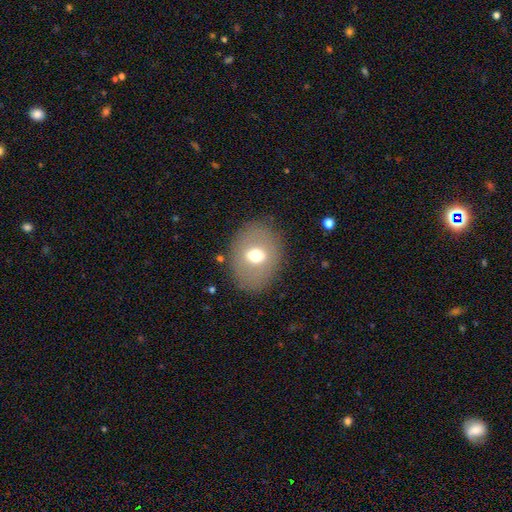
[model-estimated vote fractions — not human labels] This appears to be a smooth galaxy with no disk features (57%) that is in between round and cigar-shaped (56%). Merging: none (83%).